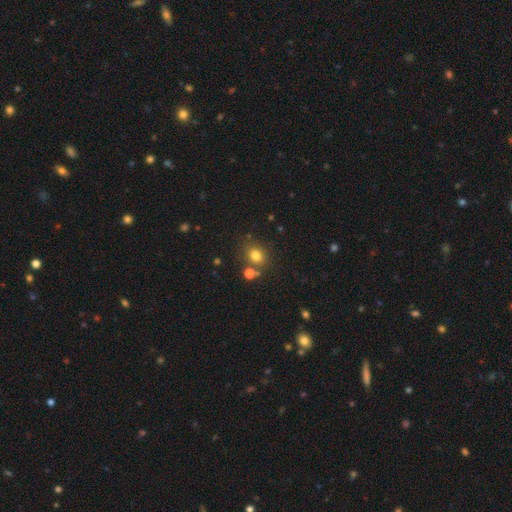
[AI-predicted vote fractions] Smooth or featured? smooth (78%)
How rounded? round (63%)
Merging? none (71%)